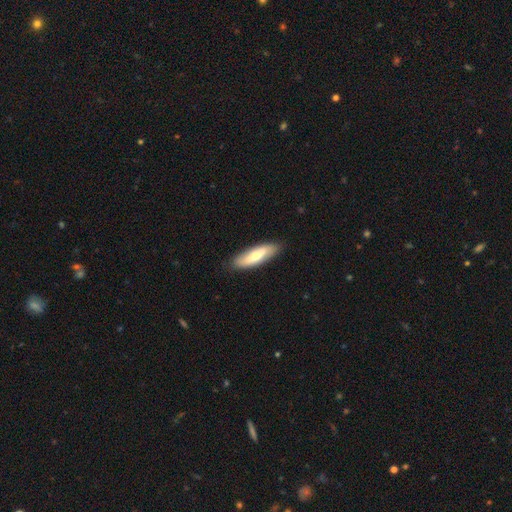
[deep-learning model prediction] smooth-or-featured: smooth: 60% | featured or disk: 35% | star or artifact: 5%
  how-rounded: cigar-shaped: 53% | in between: 45% | round: 2%
  merging: none: 86% | minor disturbance: 11% | major disturbance: 2% | merger: 1%